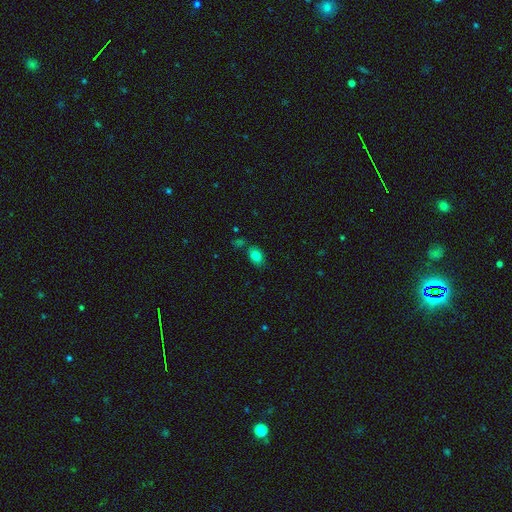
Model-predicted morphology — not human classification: smooth-or-featured: smooth: 82% | star or artifact: 11% | featured or disk: 7%
  how-rounded: in between: 84% | round: 15% | cigar-shaped: 2%
  merging: none: 75% | minor disturbance: 14% | merger: 8% | major disturbance: 4%